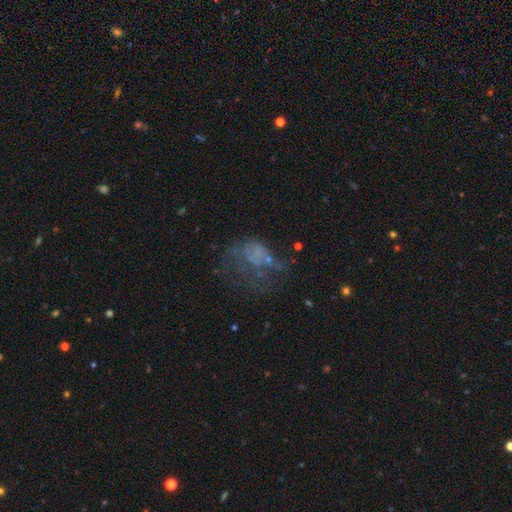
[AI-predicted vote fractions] This appears to be a featured or disk galaxy (47%). Merging: major disturbance (47%).